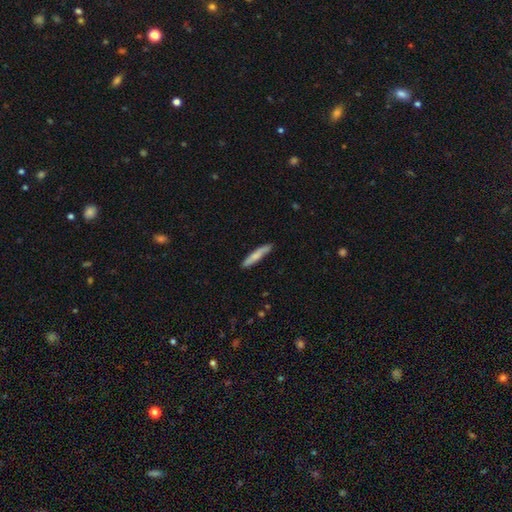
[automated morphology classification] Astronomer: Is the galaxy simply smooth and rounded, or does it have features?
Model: smooth — 72%.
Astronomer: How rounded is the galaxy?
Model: cigar-shaped — 91%.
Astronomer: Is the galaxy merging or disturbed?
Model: none — 86%.